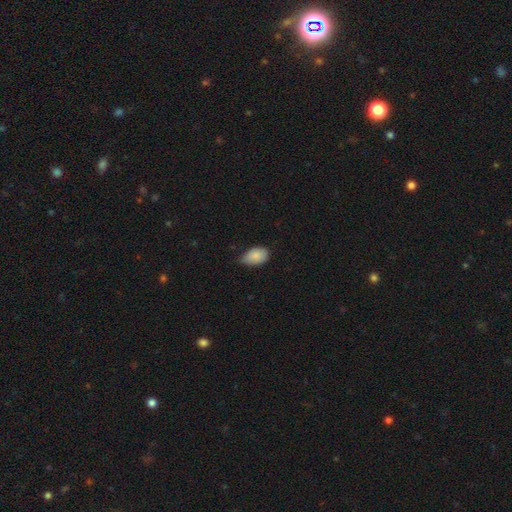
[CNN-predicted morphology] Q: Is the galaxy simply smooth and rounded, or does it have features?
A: smooth — 86%.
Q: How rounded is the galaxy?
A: in between — 87%.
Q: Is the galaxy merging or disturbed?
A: minor disturbance — 50%.